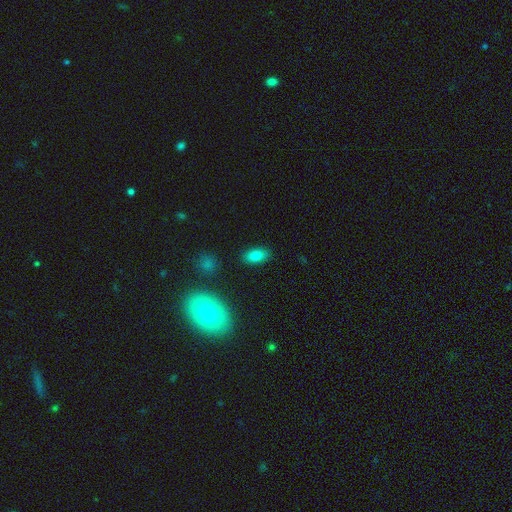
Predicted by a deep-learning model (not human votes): smooth_or_featured: smooth (p=0.81) [alt: featured or disk p=0.09]
how_rounded: in between (p=0.91) [alt: round p=0.05]
merging: none (p=0.86) [alt: minor disturbance p=0.09]